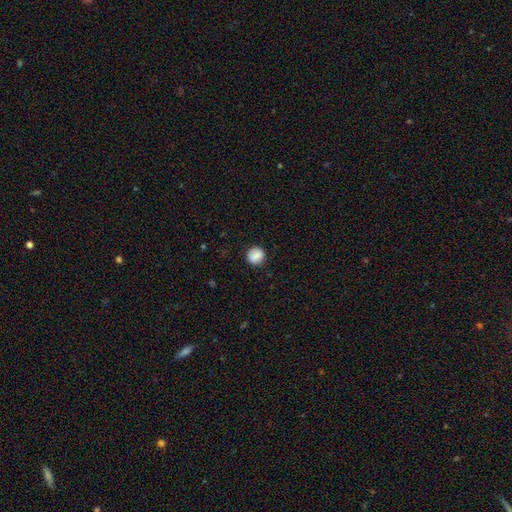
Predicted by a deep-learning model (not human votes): smooth 86%, star or artifact 8%, featured or disk 6%. Down the decision tree: how rounded — round (90%); merging — none (87%).